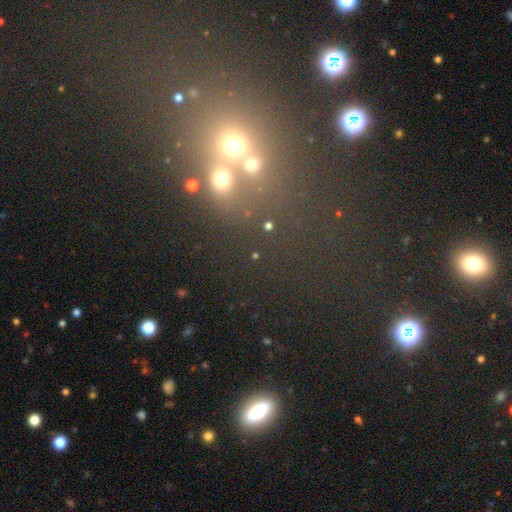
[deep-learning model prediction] Overall: smooth (44%; star or artifact 43%). Merging: none (68%).